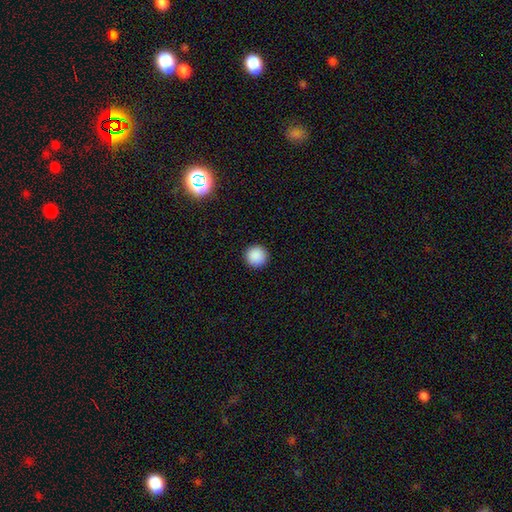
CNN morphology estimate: type=smooth (89%); roundness=round (97%); merging=none (93%).